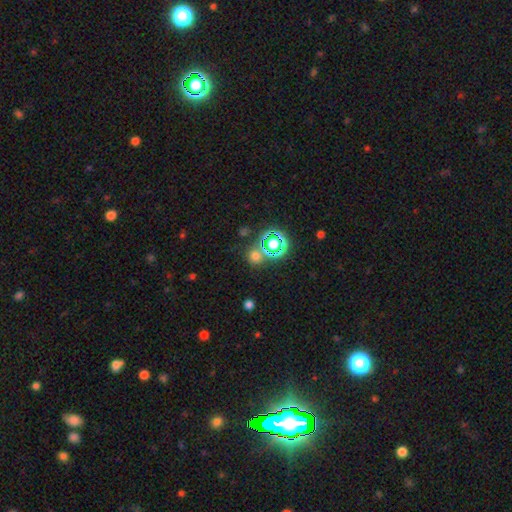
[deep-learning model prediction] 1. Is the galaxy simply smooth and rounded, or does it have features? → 64% smooth, 29% star or artifact, 6% featured or disk.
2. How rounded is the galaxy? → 88% round, 11% in between, 1% cigar-shaped.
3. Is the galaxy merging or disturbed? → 72% none, 16% merger, 8% minor disturbance, 4% major disturbance.